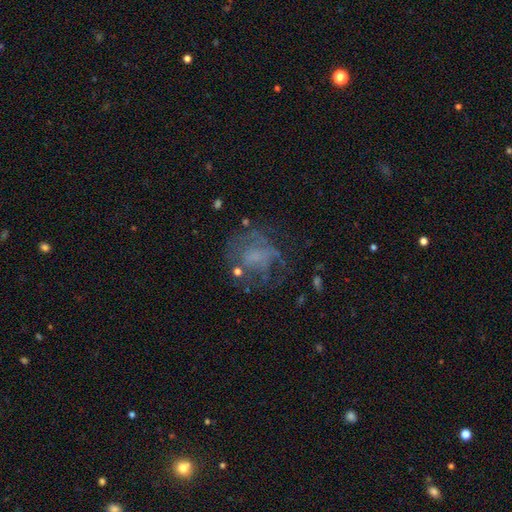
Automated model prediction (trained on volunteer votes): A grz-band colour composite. It shows a featured or disk galaxy (57%) with no bar (73%), no spiral arms (51%) and no central bulge (47%). Merging: none (51%).